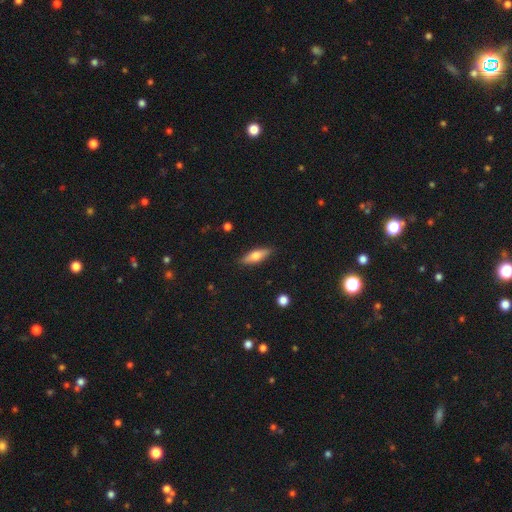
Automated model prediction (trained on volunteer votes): Smooth or featured? smooth (60%)
How rounded? in between (55%)
Merging? none (87%)